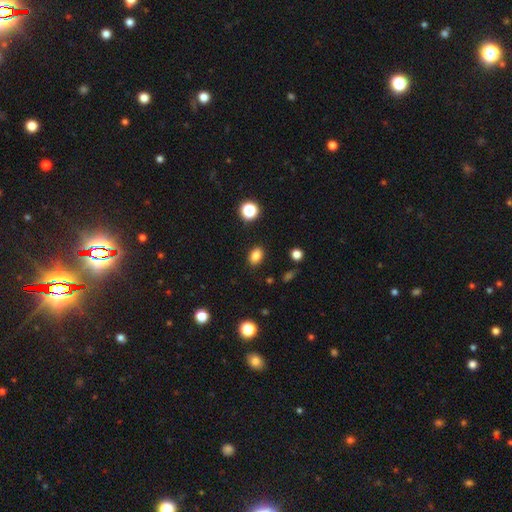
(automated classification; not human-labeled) A smooth galaxy with no disk features (84%) that is in between round and cigar-shaped (77%).

Vote fractions:
- Smooth or featured? smooth: 84% / star or artifact: 12% / featured or disk: 5%
- How rounded? in between: 77% / round: 21% / cigar-shaped: 1%
- Merging? none: 87% / minor disturbance: 8% / major disturbance: 3% / merger: 2%